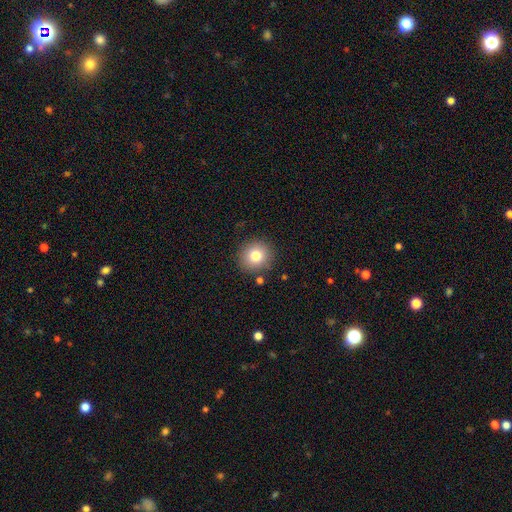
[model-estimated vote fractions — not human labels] This is likely a smooth galaxy (79%). How rounded: clearly round (90%). Merging: clearly none (87%).